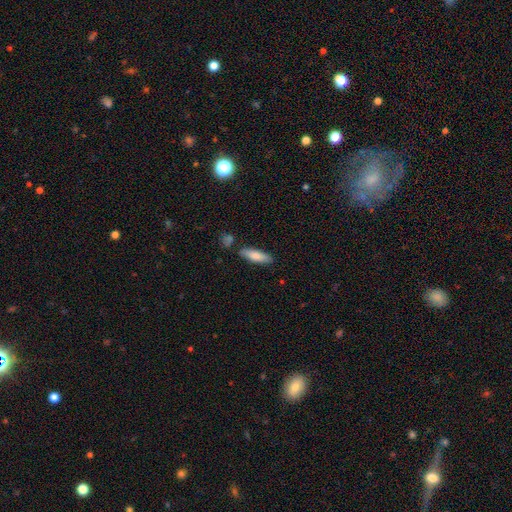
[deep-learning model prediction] A smooth galaxy with no disk features (80%) that is cigar-shaped (50%).

Vote fractions:
- Smooth or featured? smooth: 80% / featured or disk: 15% / star or artifact: 6%
- How rounded? cigar-shaped: 50% / in between: 49% / round: 2%
- Merging? none: 81% / minor disturbance: 12% / merger: 4% / major disturbance: 2%